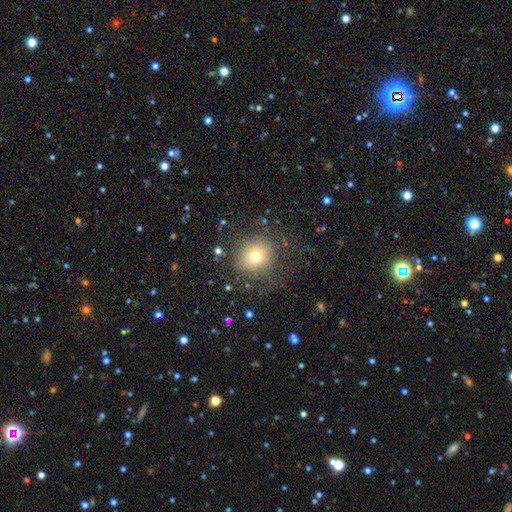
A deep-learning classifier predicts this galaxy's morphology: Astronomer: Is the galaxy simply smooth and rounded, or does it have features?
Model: smooth — 70%.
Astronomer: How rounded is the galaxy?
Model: round — 81%.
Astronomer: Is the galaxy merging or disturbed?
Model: none — 71%.